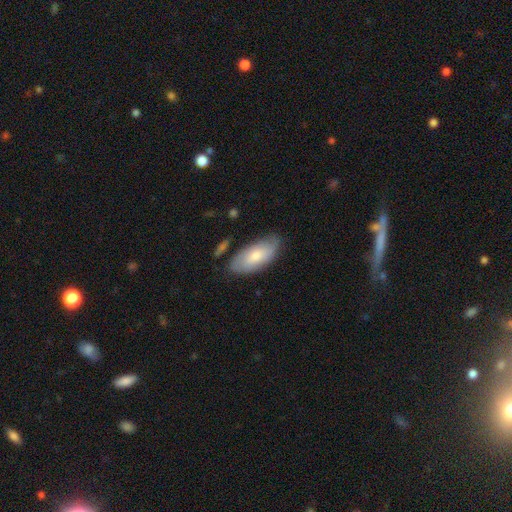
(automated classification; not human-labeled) A smooth galaxy with no disk features (63%) that is in between round and cigar-shaped (89%). Merging: none (73%).